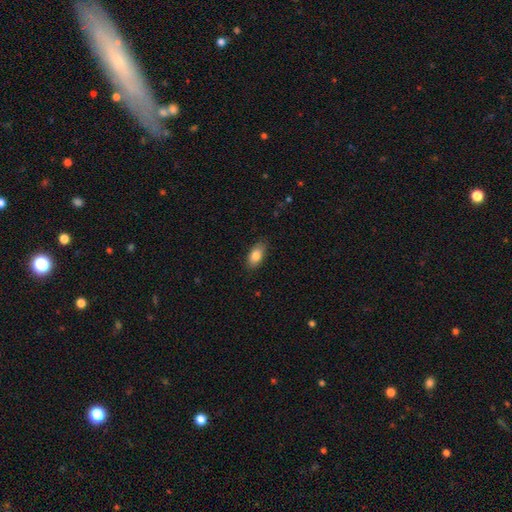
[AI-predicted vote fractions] The model was most divided on "merging": none: 84%, minor disturbance: 12%, major disturbance: 2%, merger: 1%. More confident: how rounded — in between (90%); smooth or featured — smooth (83%).